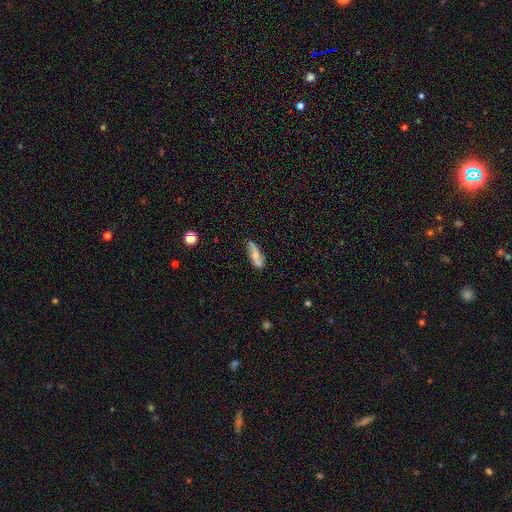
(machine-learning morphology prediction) smooth_or_featured: smooth (p=0.58) [alt: featured or disk p=0.34]
how_rounded: in between (p=0.59) [alt: cigar-shaped p=0.38]
merging: none (p=0.58) [alt: minor disturbance p=0.25]